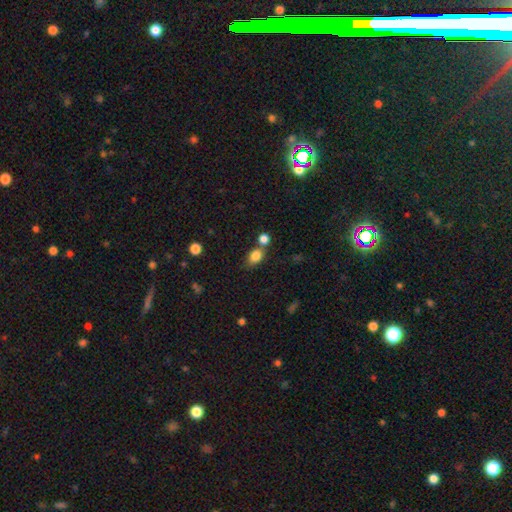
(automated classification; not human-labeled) Smooth or featured: smooth — 83% (star or artifact — 10%)
How rounded: in between — 70% (round — 28%)
Merging: none — 54% (merger — 27%)